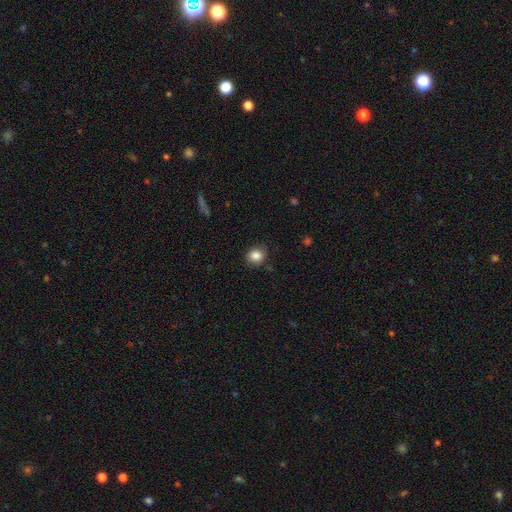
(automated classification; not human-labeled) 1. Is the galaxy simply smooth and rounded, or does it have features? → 86% smooth, 10% star or artifact, 5% featured or disk.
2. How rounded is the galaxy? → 72% round, 27% in between, 1% cigar-shaped.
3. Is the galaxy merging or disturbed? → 83% none, 12% minor disturbance, 3% major disturbance, 1% merger.